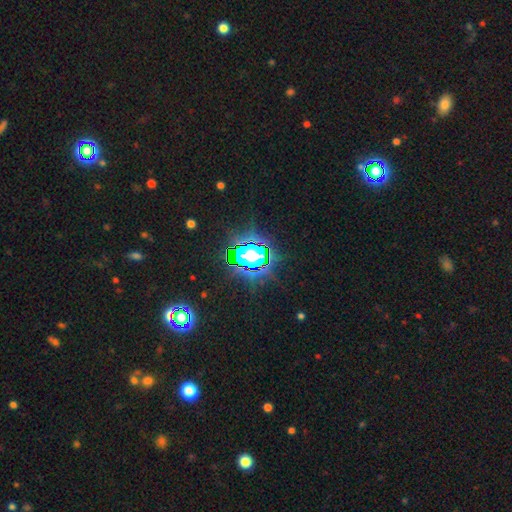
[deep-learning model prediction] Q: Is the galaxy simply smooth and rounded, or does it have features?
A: star or artifact — 80%.